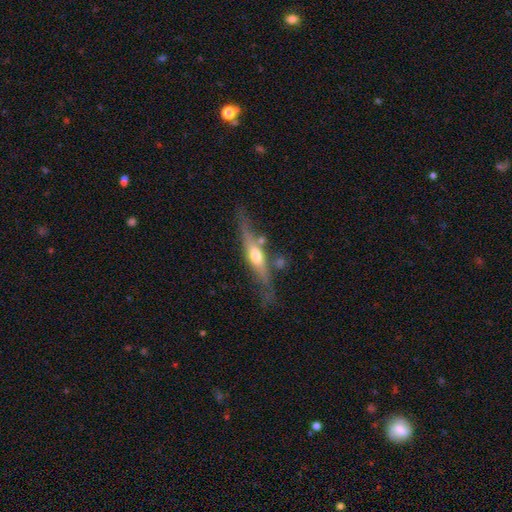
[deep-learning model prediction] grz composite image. It shows a featured or disk galaxy (66%) viewed edge-on (88%) with a rounded central bulge (88%). Merging: none (67%).